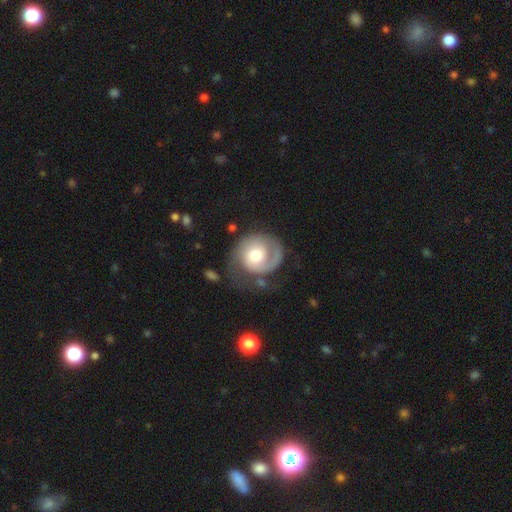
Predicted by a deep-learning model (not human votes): featured or disk 68%, smooth 26%, star or artifact 6%. Down the decision tree: edge-on disk — no (98%); bar — no (72%); spiral arms — yes (86%); spiral arm count — 1 (61%); spiral winding — tight (51%); bulge size — moderate (62%); merging — none (53%).